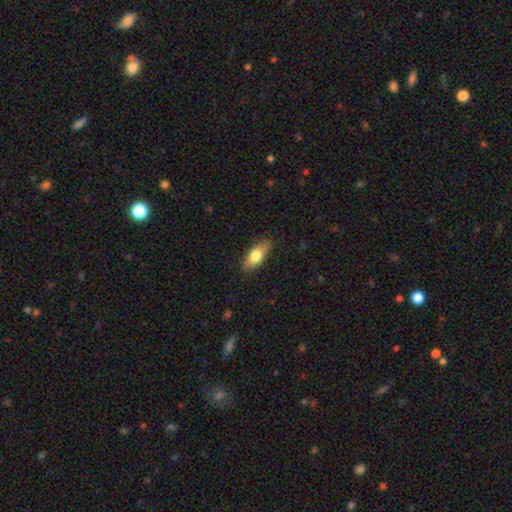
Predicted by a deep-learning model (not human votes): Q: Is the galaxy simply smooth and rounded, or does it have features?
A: smooth — 74%.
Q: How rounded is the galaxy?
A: in between — 79%.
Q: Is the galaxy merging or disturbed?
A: none — 86%.